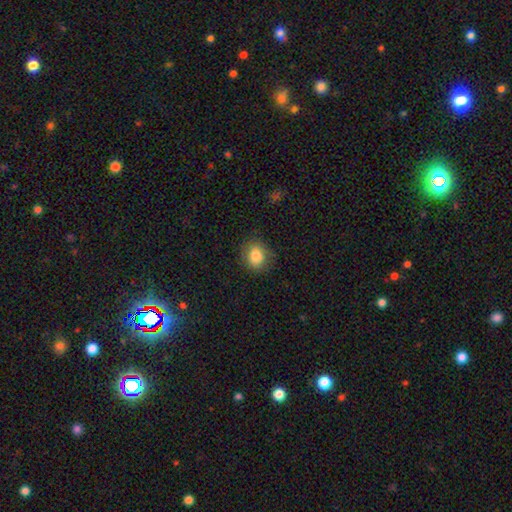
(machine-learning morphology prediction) Smooth or featured? smooth (84%)
How rounded? round (50%)
Merging? none (80%)